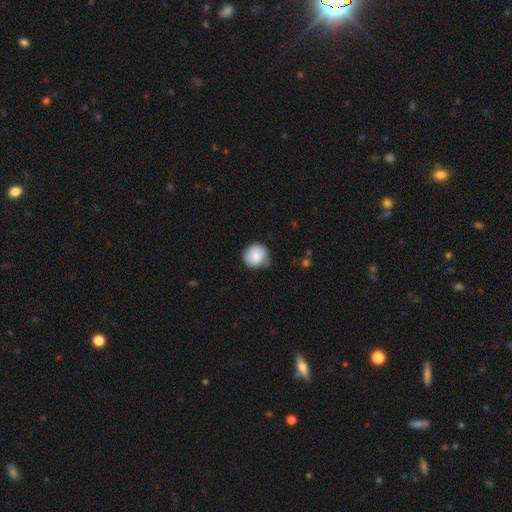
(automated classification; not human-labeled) smooth-or-featured: smooth: 87% | star or artifact: 7% | featured or disk: 6%
  how-rounded: round: 89% | in between: 10% | cigar-shaped: 1%
  merging: none: 70% | minor disturbance: 24% | major disturbance: 4% | merger: 2%